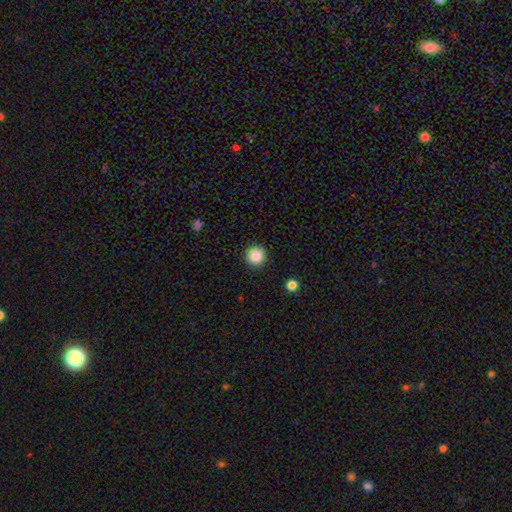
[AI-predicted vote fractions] Smooth or featured? smooth (86%)
How rounded? round (96%)
Merging? none (92%)